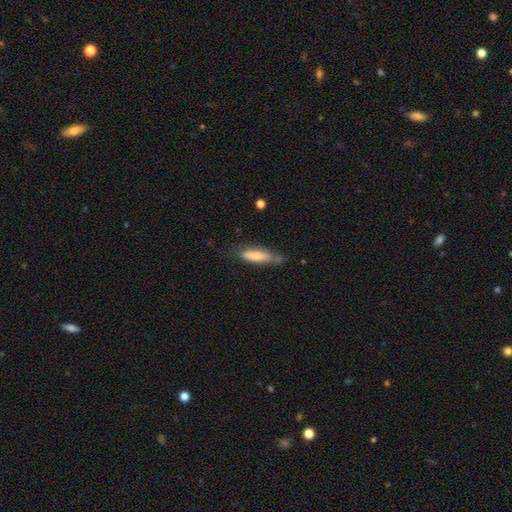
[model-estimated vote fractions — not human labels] Smooth or featured? smooth (72%)
How rounded? cigar-shaped (61%)
Merging? none (62%)